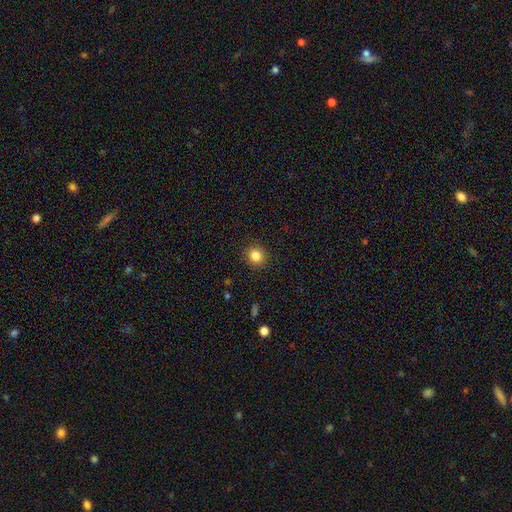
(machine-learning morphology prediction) Smooth or featured: smooth — 84% (star or artifact — 11%)
How rounded: round — 89% (in between — 10%)
Merging: none — 91% (minor disturbance — 6%)